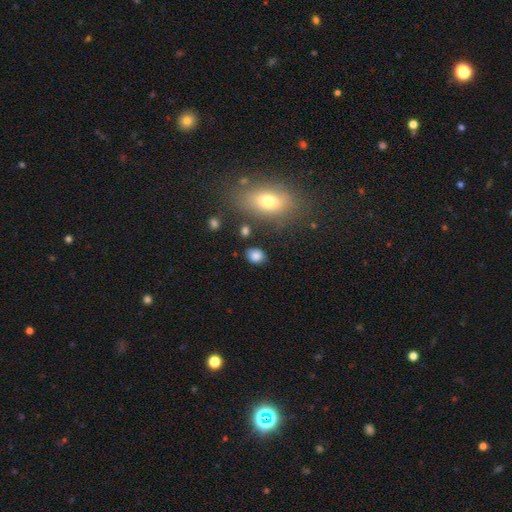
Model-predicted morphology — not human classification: The model was most divided on "how rounded": in between: 61%, round: 37%, cigar-shaped: 2%. More confident: smooth or featured — smooth (83%); merging — none (82%).